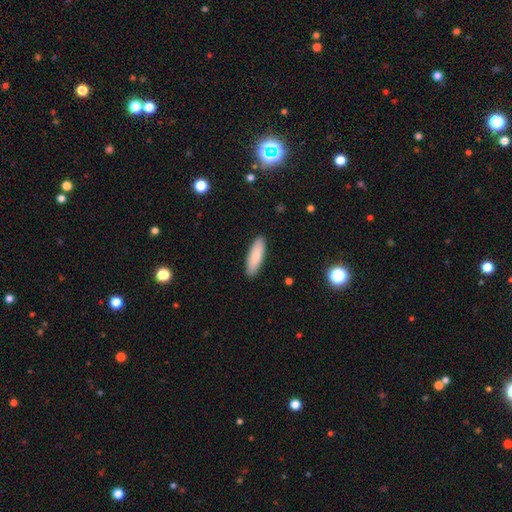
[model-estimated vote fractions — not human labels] Morphology: type=smooth (85%); roundness=cigar-shaped (54%); merging=none (90%).